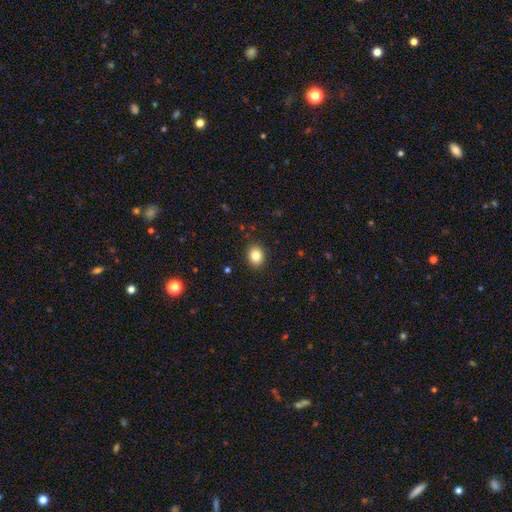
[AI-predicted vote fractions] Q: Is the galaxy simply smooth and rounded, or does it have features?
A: smooth — 83%.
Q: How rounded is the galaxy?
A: round — 64%.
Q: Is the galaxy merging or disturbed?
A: none — 90%.